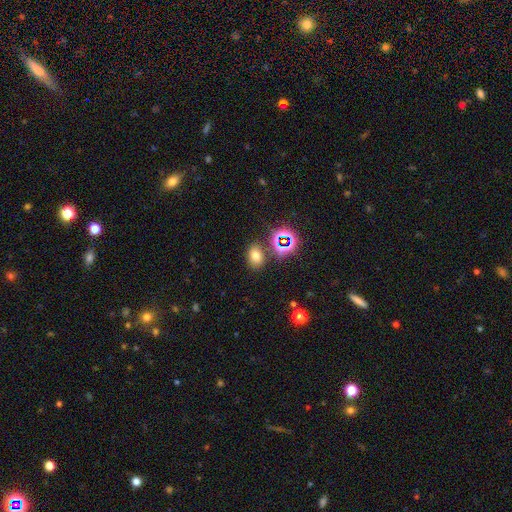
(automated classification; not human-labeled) Smooth or featured: smooth — 67% (star or artifact — 24%)
How rounded: in between — 69% (round — 30%)
Merging: none — 79% (minor disturbance — 10%)